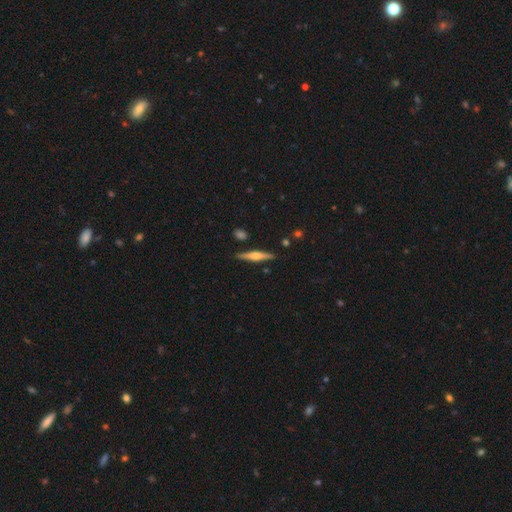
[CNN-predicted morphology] Smooth or featured? Predicted: featured or disk (p=0.63). Edge-on disk? Predicted: yes (p=0.97). Edge-on bulge? Predicted: rounded (p=0.80). Merging? Predicted: none (p=0.88).